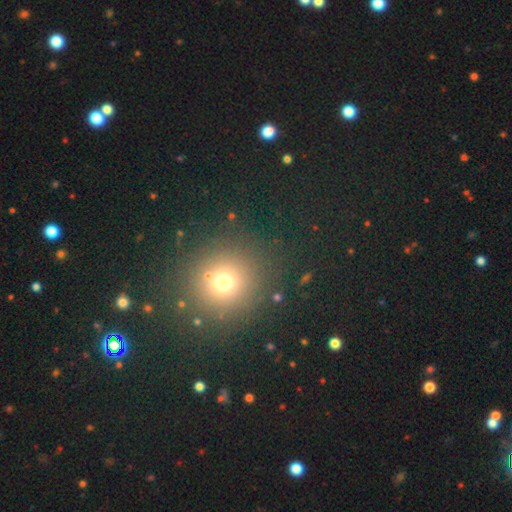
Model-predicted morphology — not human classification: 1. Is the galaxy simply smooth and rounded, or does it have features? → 59% smooth, 35% star or artifact, 6% featured or disk.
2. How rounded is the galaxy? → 92% round, 6% in between, 1% cigar-shaped.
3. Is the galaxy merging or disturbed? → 89% none, 6% minor disturbance, 3% major disturbance, 2% merger.